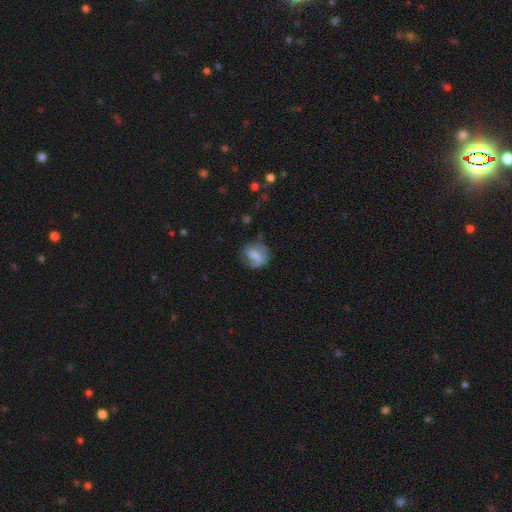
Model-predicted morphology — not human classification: Smooth or featured? featured or disk (47%)
Merging? none (57%)